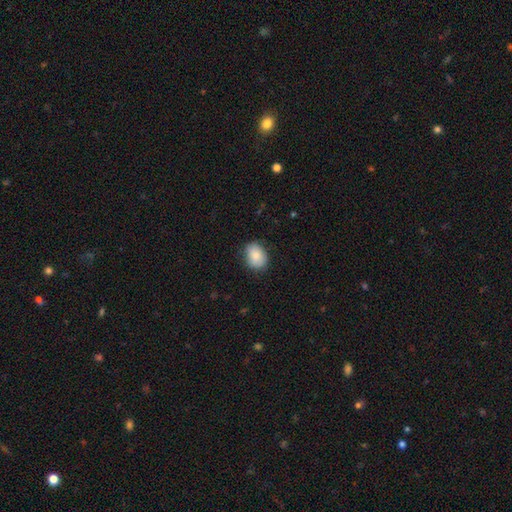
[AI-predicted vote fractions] The model was most divided on "how rounded": in between: 68%, round: 32%, cigar-shaped: 1%. More confident: smooth or featured — smooth (85%); merging — none (80%).